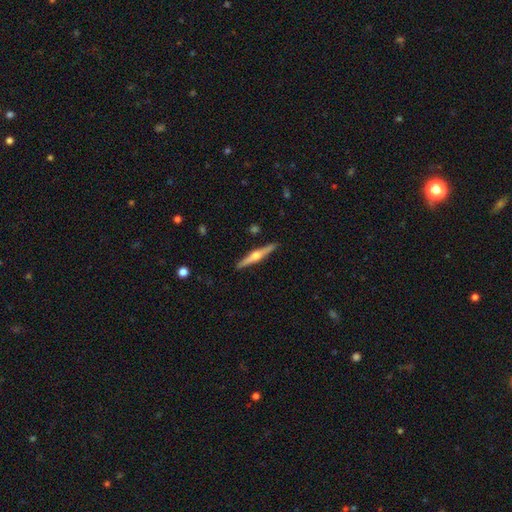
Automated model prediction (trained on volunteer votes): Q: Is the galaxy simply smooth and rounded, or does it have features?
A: featured or disk — 73%.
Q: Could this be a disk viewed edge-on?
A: yes — 98%.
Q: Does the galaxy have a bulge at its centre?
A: rounded — 94%.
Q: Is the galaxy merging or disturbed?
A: none — 91%.